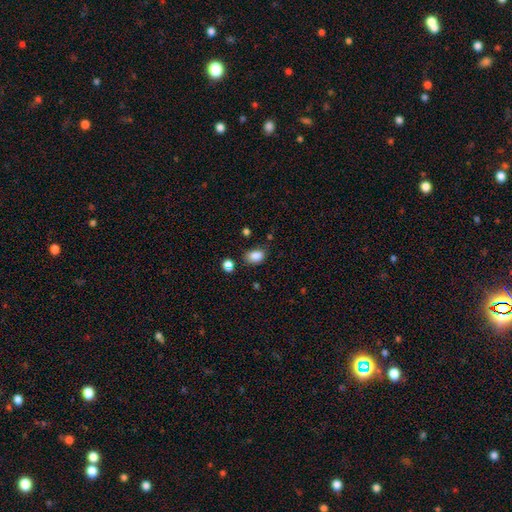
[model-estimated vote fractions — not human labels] The model was most divided on "how rounded": in between: 73%, round: 26%, cigar-shaped: 1%. More confident: smooth or featured — smooth (85%); merging — none (70%).